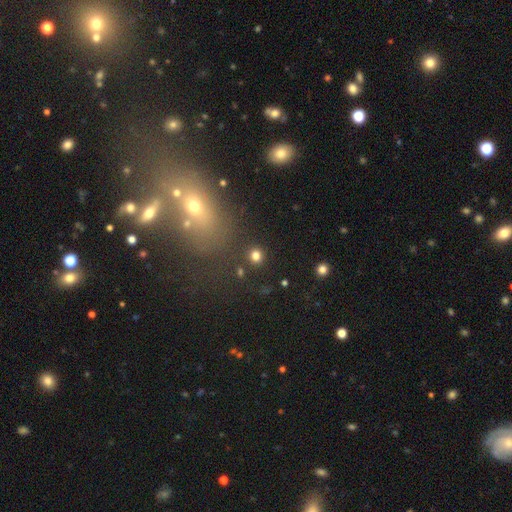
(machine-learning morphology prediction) This is clearly a smooth galaxy (81%). How rounded: clearly round (90%). Merging: clearly none (88%).